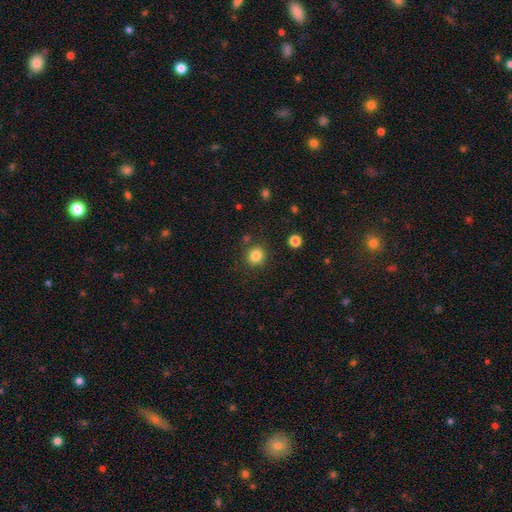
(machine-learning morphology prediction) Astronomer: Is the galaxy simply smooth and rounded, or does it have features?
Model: smooth — 83%.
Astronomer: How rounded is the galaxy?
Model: round — 89%.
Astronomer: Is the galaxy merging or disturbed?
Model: none — 86%.